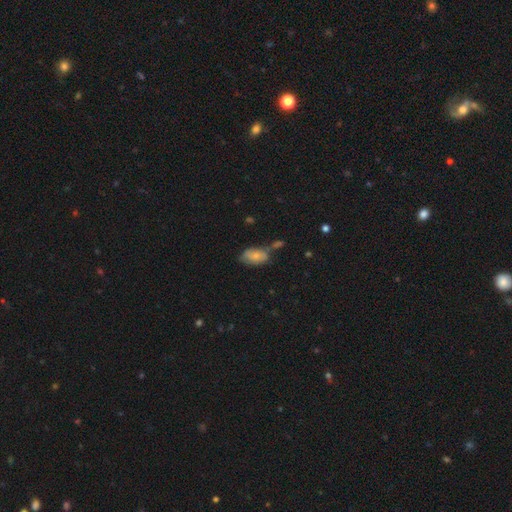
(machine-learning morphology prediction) This appears to be a smooth galaxy with no disk features (69%) that is in between round and cigar-shaped (92%). Merging: none (45%).